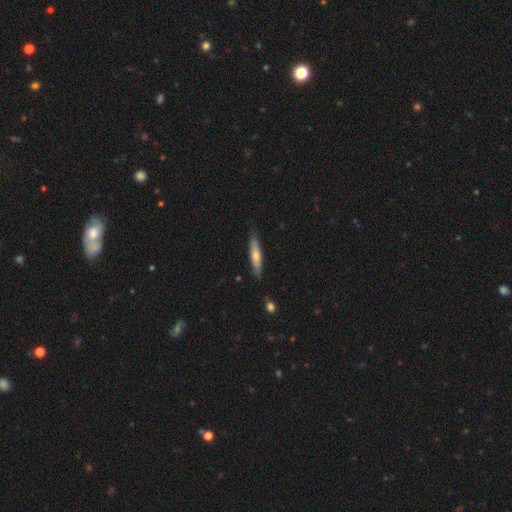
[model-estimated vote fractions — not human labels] Q: Smooth or featured?
A: smooth (63%); runner-up: featured or disk (32%)
Q: How rounded?
A: cigar-shaped (84%); runner-up: in between (14%)
Q: Merging?
A: none (84%); runner-up: minor disturbance (12%)